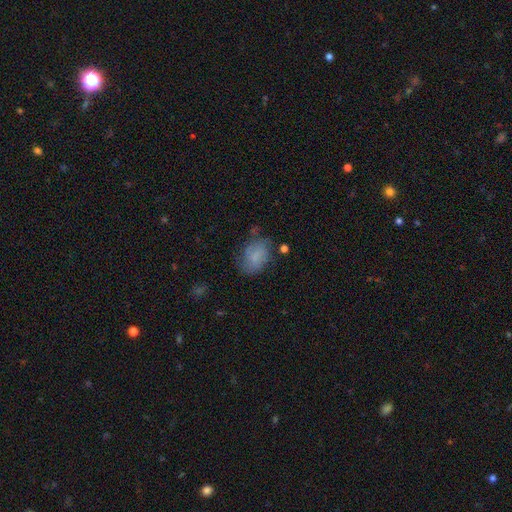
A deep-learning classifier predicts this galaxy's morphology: smooth-or-featured: smooth: 70% | featured or disk: 20% | star or artifact: 10%
  how-rounded: in between: 78% | round: 20% | cigar-shaped: 1%
  merging: none: 56% | minor disturbance: 27% | major disturbance: 12% | merger: 4%